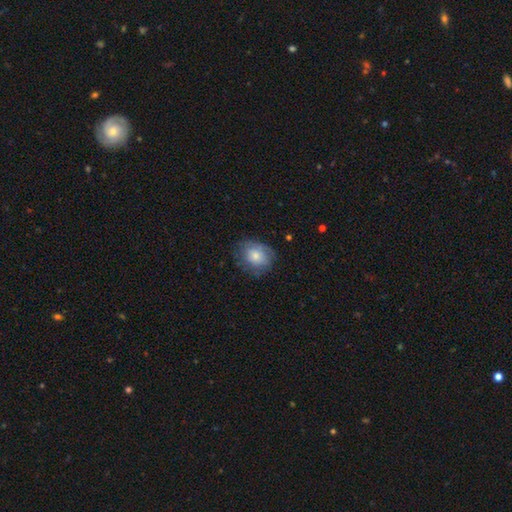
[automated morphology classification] Smooth or featured?
  - smooth: 70% *
  - featured or disk: 22%
  - star or artifact: 8%
How rounded?
  - round: 60% *
  - in between: 40%
  - cigar-shaped: 1%
Merging?
  - none: 70% *
  - minor disturbance: 21%
  - major disturbance: 8%
  - merger: 1%